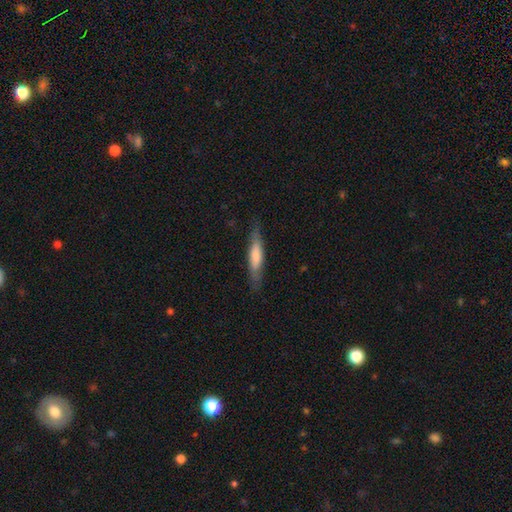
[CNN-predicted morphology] smooth 67%, featured or disk 28%, star or artifact 5%. Down the decision tree: how rounded — cigar-shaped (79%); merging — none (80%).